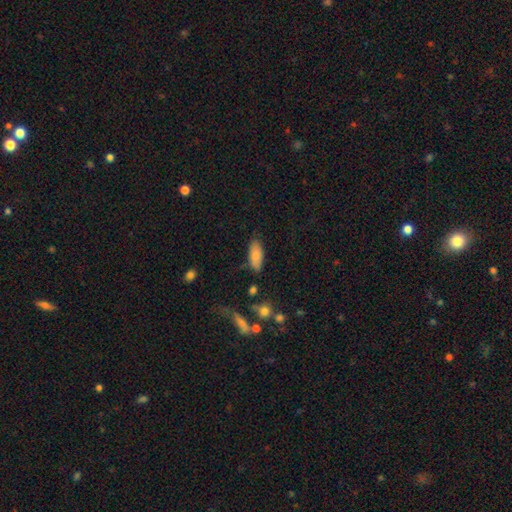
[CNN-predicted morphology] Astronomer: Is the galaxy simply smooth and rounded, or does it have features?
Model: smooth — 83%.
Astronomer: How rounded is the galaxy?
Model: in between — 83%.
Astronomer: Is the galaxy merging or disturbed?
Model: none — 79%.